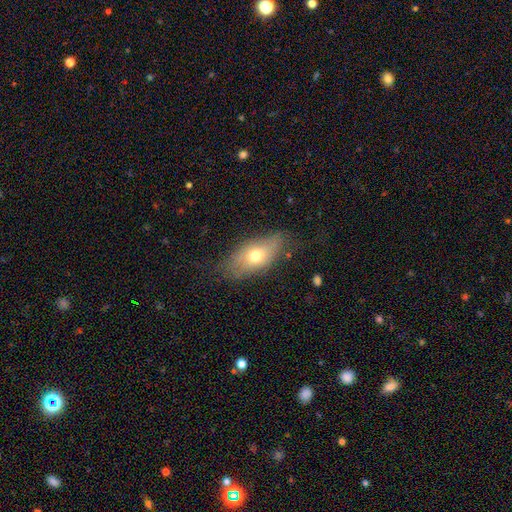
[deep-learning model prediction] smooth-or-featured: smooth: 62% | featured or disk: 28% | star or artifact: 10%
  how-rounded: in between: 84% | cigar-shaped: 9% | round: 8%
  merging: none: 66% | minor disturbance: 24% | major disturbance: 9% | merger: 2%